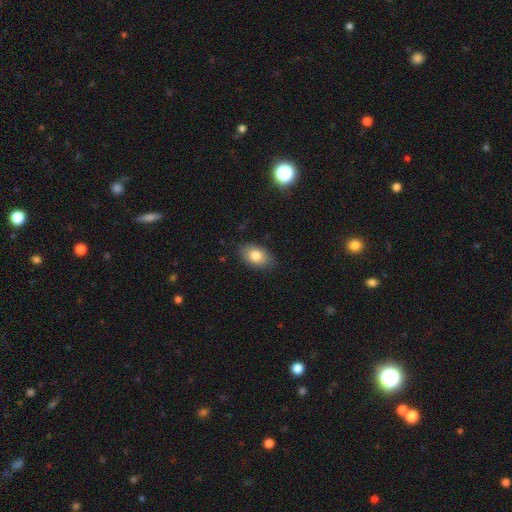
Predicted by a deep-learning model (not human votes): smooth_or_featured: smooth (p=0.81) [alt: featured or disk p=0.11]
how_rounded: in between (p=0.89) [alt: round p=0.09]
merging: none (p=0.86) [alt: minor disturbance p=0.11]